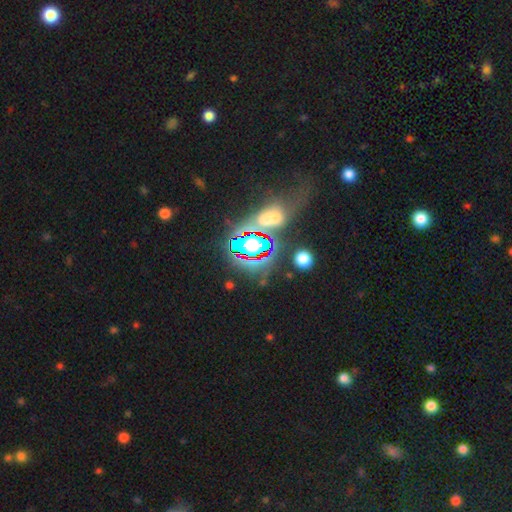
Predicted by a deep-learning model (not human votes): Smooth or featured: star or artifact — 73% (smooth — 15%)